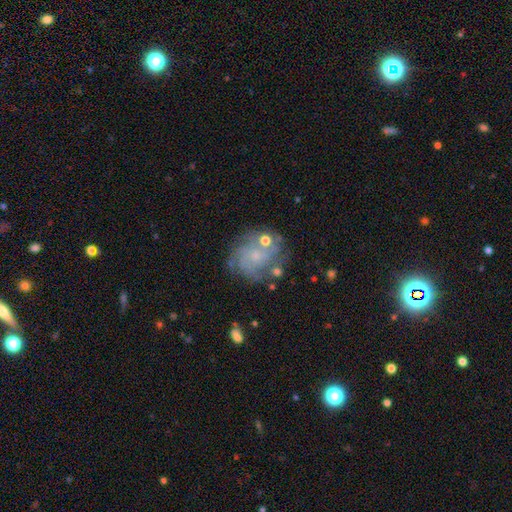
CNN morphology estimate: The model was most divided on "spiral arm count": can't tell: 40%, 4: 18%, 3: 16%, more than 4: 11%, 2: 10%, 1: 6%. More confident: edge-on disk — no (98%); spiral arms — yes (85%); bar — no (79%); bulge size — small (70%); smooth or featured — featured or disk (69%); merging — none (67%); spiral winding — tight (57%).